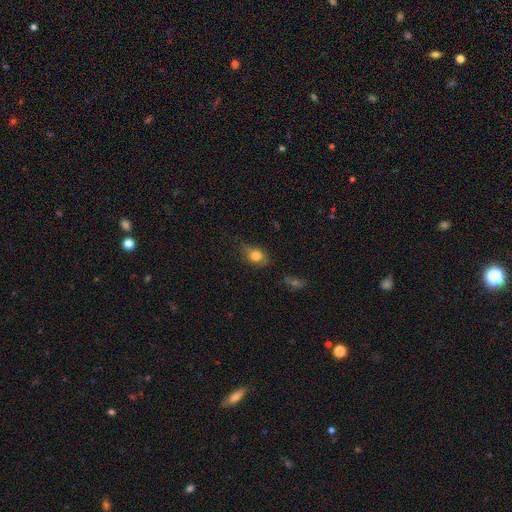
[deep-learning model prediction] A smooth galaxy with no disk features (79%) that is in between round and cigar-shaped (54%). Merging: none (62%).